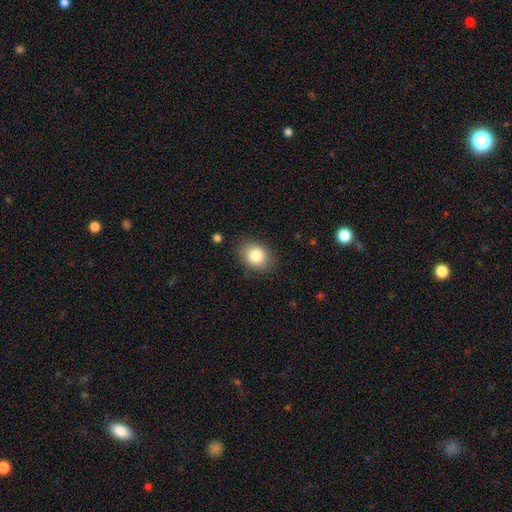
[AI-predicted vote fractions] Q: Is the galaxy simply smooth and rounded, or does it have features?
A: smooth — 83%.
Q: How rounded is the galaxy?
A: in between — 60%.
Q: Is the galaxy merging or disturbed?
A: none — 85%.